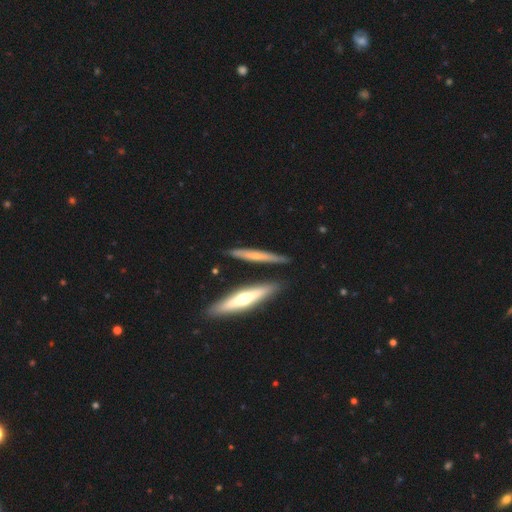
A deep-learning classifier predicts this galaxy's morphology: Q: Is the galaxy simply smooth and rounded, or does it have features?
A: featured or disk — 57%.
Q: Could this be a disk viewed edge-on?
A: yes — 93%.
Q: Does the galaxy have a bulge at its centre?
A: rounded — 65%.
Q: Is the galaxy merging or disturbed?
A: none — 82%.